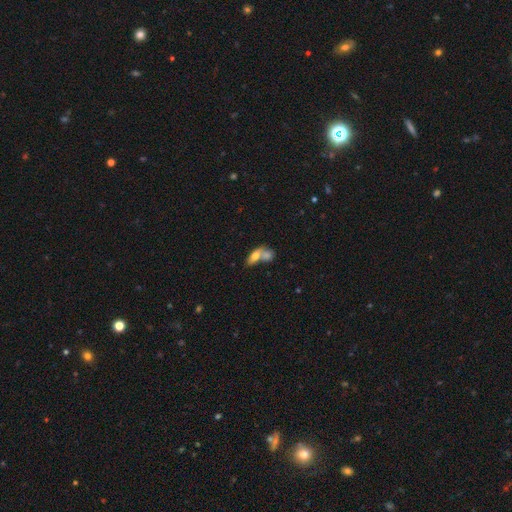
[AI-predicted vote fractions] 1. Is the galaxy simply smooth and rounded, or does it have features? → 70% smooth, 22% featured or disk, 8% star or artifact.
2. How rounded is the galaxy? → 79% in between, 11% round, 9% cigar-shaped.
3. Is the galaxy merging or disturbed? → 68% merger, 19% none, 8% minor disturbance, 5% major disturbance.